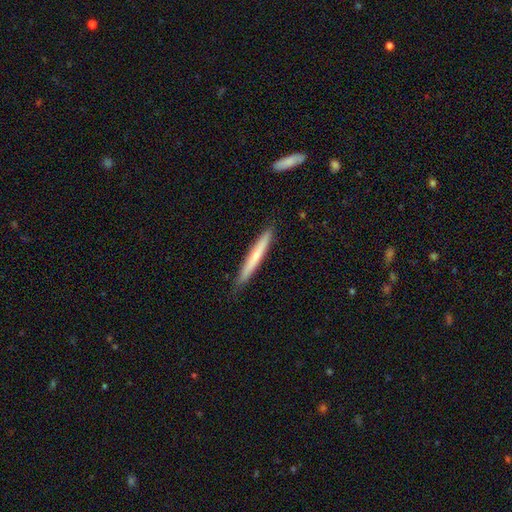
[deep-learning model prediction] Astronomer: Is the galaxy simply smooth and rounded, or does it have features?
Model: smooth — 55% (runner-up: featured or disk, 39%).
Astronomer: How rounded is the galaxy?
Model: cigar-shaped — 96%.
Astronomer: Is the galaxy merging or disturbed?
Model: none — 87%.